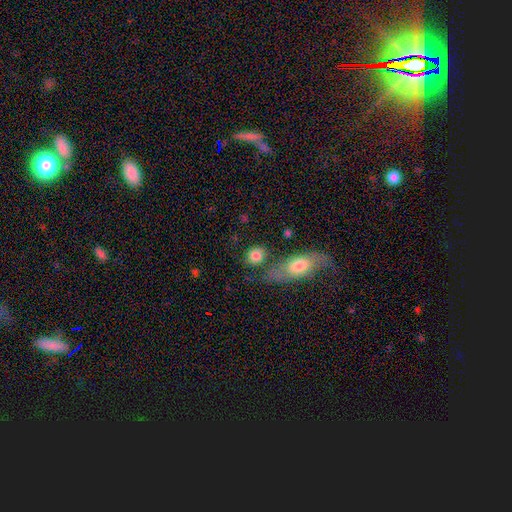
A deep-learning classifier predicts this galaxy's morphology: A smooth galaxy with no disk features (83%) that is round (67%).

Vote fractions:
- Smooth or featured? smooth: 83% / featured or disk: 9% / star or artifact: 8%
- How rounded? round: 67% / in between: 29% / cigar-shaped: 3%
- Merging? none: 65% / merger: 16% / minor disturbance: 13% / major disturbance: 6%